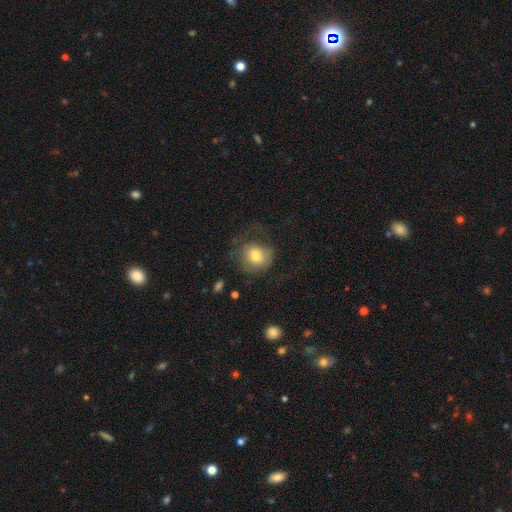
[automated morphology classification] smooth 65%, featured or disk 26%, star or artifact 9%. Down the decision tree: how rounded — round (75%); merging — none (45%).